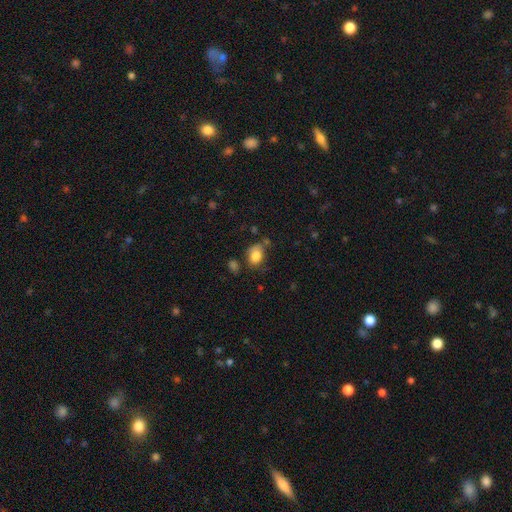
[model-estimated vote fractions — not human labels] Overall: smooth (82%). How rounded: in between (71%). Merging: none (56%; minor disturbance 26%).